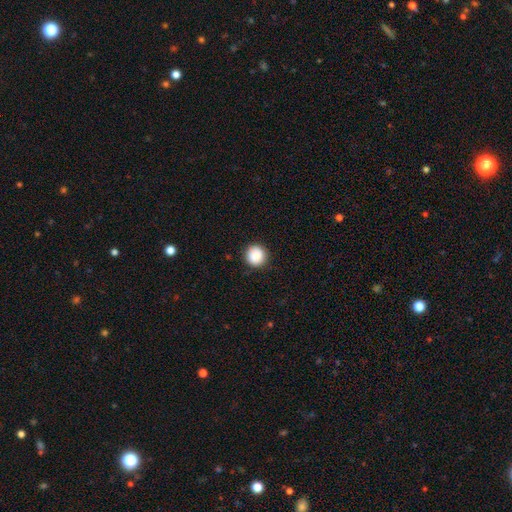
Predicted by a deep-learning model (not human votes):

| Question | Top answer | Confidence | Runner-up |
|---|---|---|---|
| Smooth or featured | smooth | 88% | star or artifact (8%) |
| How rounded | round | 94% | in between (5%) |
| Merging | none | 89% | minor disturbance (8%) |